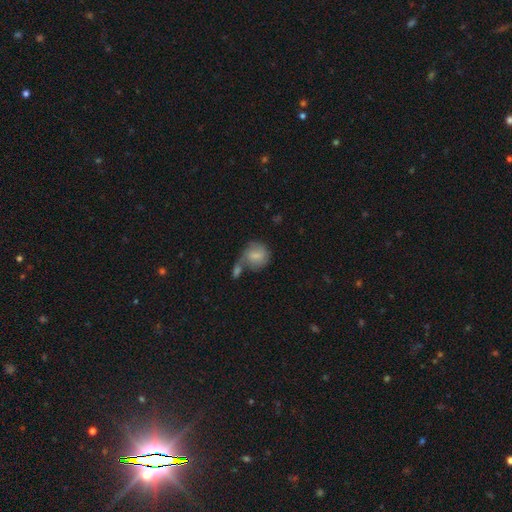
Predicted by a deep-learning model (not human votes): smooth-or-featured: smooth: 64% | featured or disk: 29% | star or artifact: 7%
  how-rounded: round: 75% | in between: 24% | cigar-shaped: 1%
  merging: merger: 41% | none: 33% | minor disturbance: 16% | major disturbance: 10%